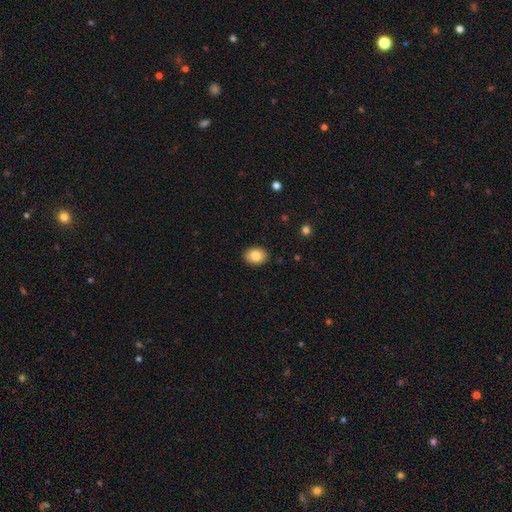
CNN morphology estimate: Smooth or featured? smooth (83%)
How rounded? in between (69%)
Merging? none (90%)